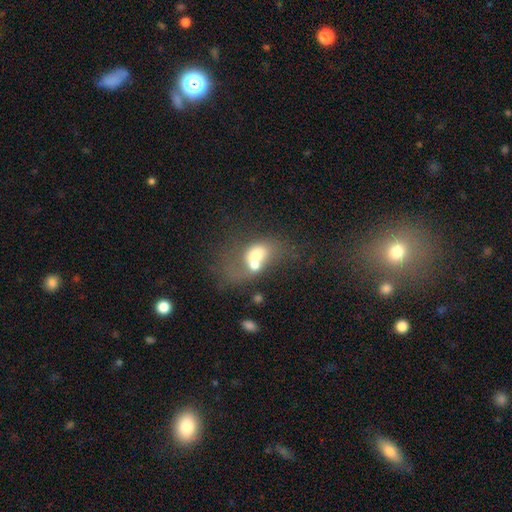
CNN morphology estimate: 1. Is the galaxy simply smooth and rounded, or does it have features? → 53% smooth, 37% featured or disk, 11% star or artifact.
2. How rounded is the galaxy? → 62% in between, 36% round, 2% cigar-shaped.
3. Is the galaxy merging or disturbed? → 68% merger, 13% none, 12% major disturbance, 7% minor disturbance.